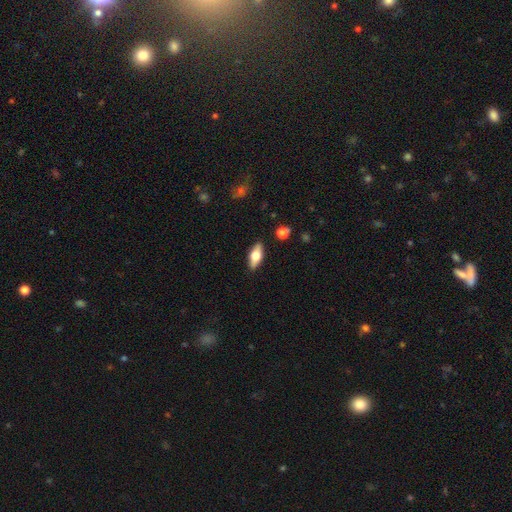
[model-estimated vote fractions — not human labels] Smooth or featured? smooth (51%)
How rounded? in between (76%)
Merging? none (88%)